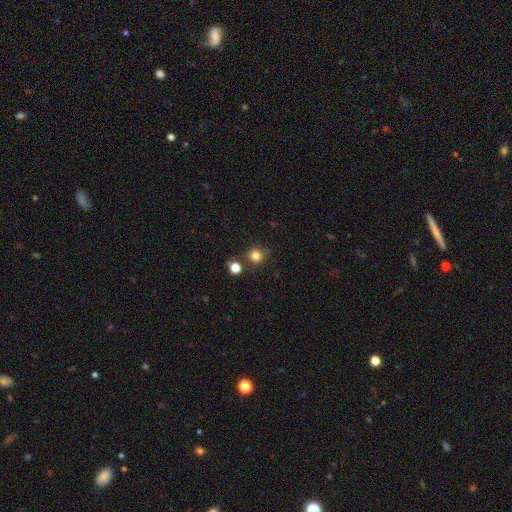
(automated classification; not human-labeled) Smooth or featured?
  - smooth: 80% *
  - star or artifact: 15%
  - featured or disk: 5%
How rounded?
  - round: 93% *
  - in between: 6%
  - cigar-shaped: 1%
Merging?
  - none: 82% *
  - minor disturbance: 9%
  - merger: 6%
  - major disturbance: 3%